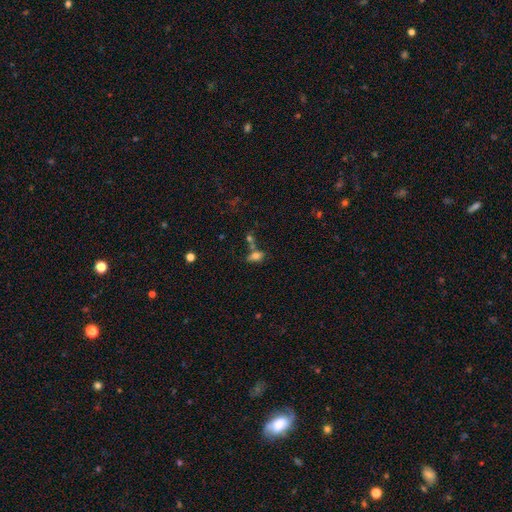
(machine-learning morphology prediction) This appears to be a smooth galaxy with no disk features (72%) that is in between round and cigar-shaped (79%). Merging: none (47%).